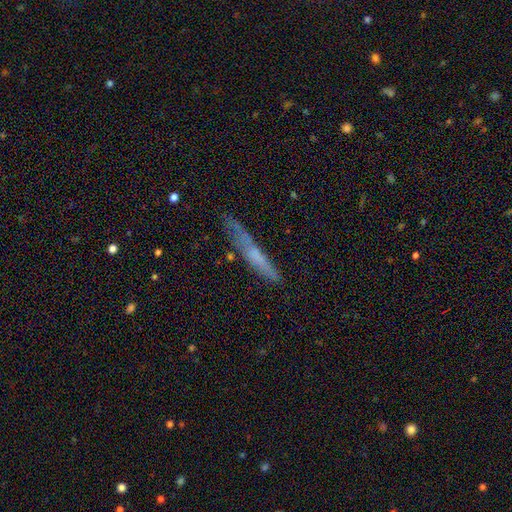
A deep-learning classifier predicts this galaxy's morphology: type=smooth (52%); roundness=cigar-shaped (93%); merging=none (66%).